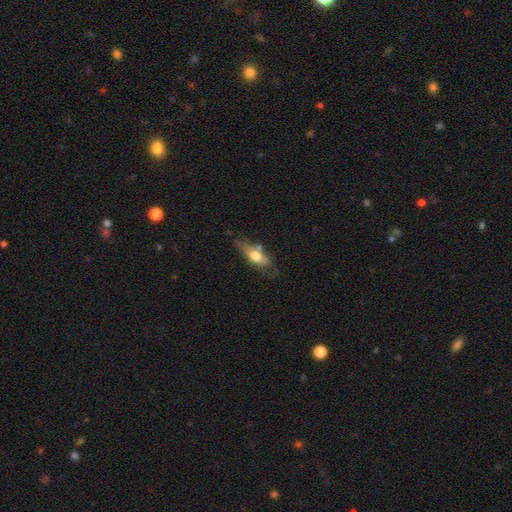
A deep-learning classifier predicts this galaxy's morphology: Q: Smooth or featured?
A: smooth (55%); runner-up: featured or disk (39%)
Q: How rounded?
A: in between (62%); runner-up: cigar-shaped (35%)
Q: Merging?
A: none (52%); runner-up: minor disturbance (28%)